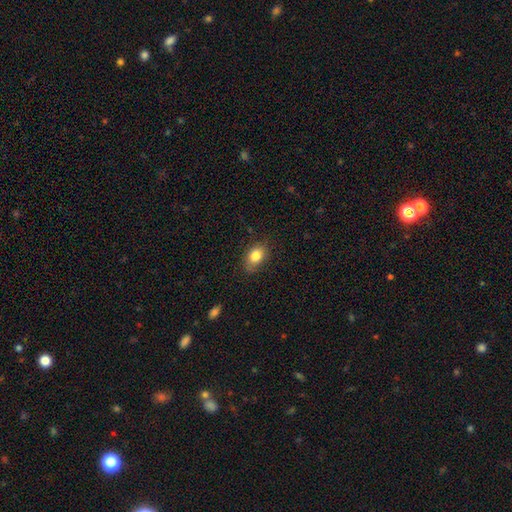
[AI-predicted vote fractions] Overall: smooth (82%). How rounded: in between (81%). Merging: none (79%).